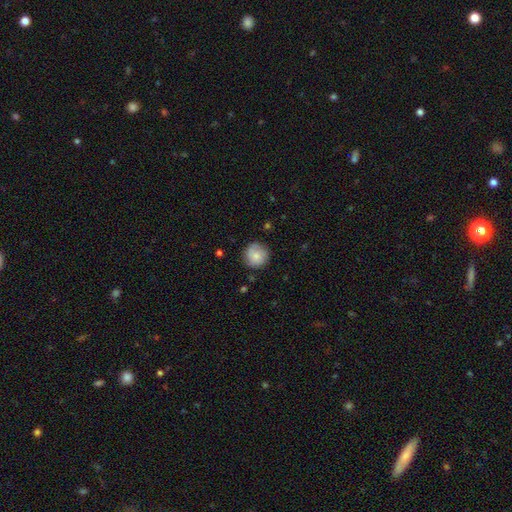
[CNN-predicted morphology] type=smooth (75%); roundness=round (94%); merging=none (81%).